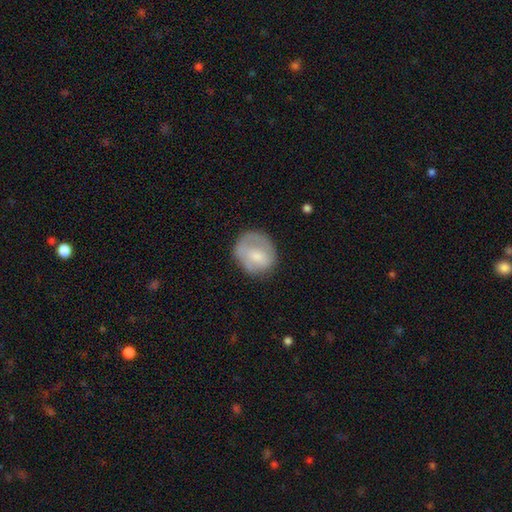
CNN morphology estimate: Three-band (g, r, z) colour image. It shows a smooth galaxy with no disk features (62%) that is round (70%). Merging: none (58%).